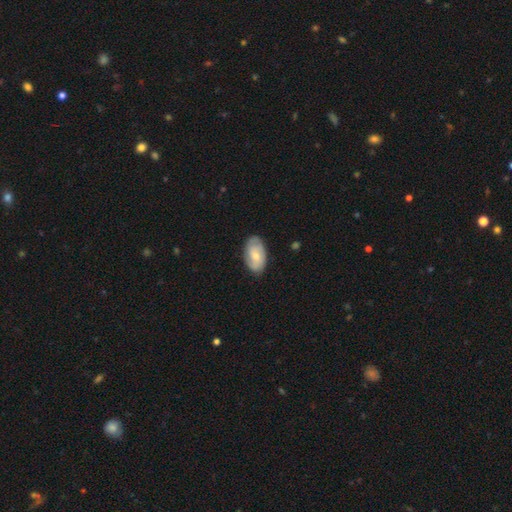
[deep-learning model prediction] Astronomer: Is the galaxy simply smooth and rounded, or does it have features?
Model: smooth — 49% (runner-up: featured or disk, 45%).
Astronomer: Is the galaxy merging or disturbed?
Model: none — 81%.